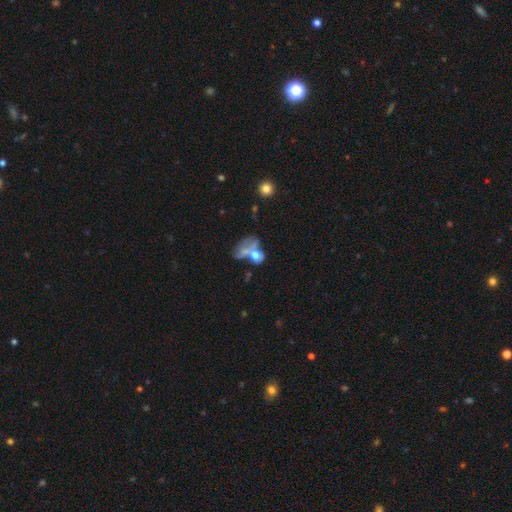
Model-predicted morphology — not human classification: Smooth or featured?
  - smooth: 57% *
  - featured or disk: 29%
  - star or artifact: 14%
How rounded?
  - in between: 61% *
  - round: 37%
  - cigar-shaped: 3%
Merging?
  - merger: 50% *
  - major disturbance: 22%
  - none: 18%
  - minor disturbance: 10%